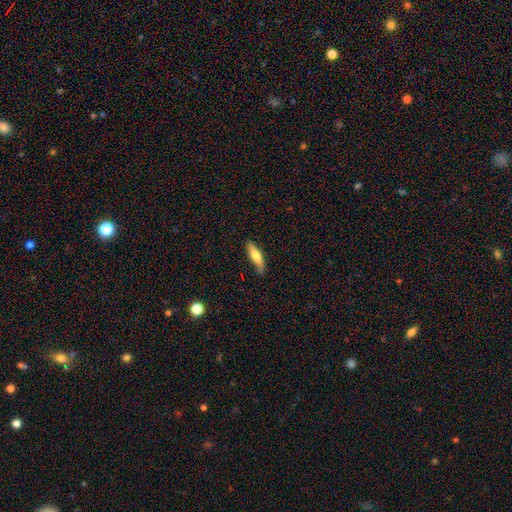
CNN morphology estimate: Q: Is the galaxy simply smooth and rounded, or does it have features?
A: smooth — 64%.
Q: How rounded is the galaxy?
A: cigar-shaped — 69%.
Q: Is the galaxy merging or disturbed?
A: none — 78%.